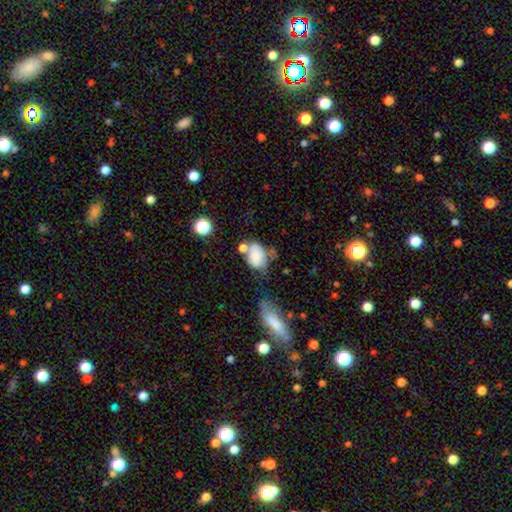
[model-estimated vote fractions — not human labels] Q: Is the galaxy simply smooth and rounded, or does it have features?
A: smooth — 78%.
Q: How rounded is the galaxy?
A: in between — 78%.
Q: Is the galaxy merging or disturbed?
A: none — 33%.